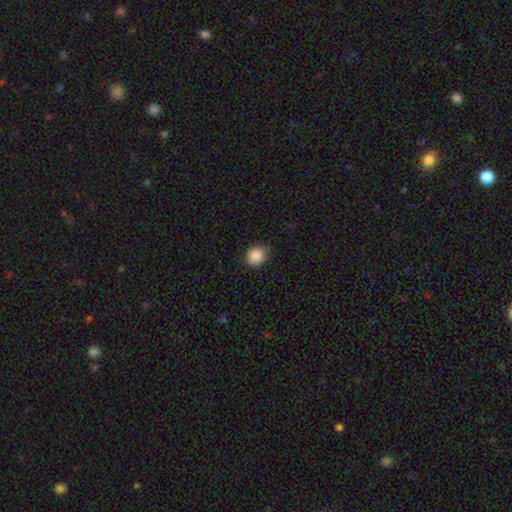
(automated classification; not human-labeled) smooth-or-featured: smooth: 89% | star or artifact: 9% | featured or disk: 3%
  how-rounded: round: 69% | in between: 30% | cigar-shaped: 1%
  merging: none: 85% | minor disturbance: 11% | major disturbance: 2% | merger: 1%